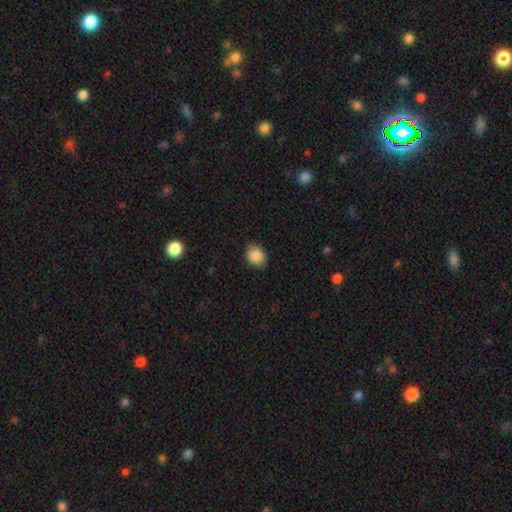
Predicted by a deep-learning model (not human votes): Smooth or featured? Predicted: smooth (p=0.87). How rounded? Predicted: in between (p=0.57). Merging? Predicted: none (p=0.85).